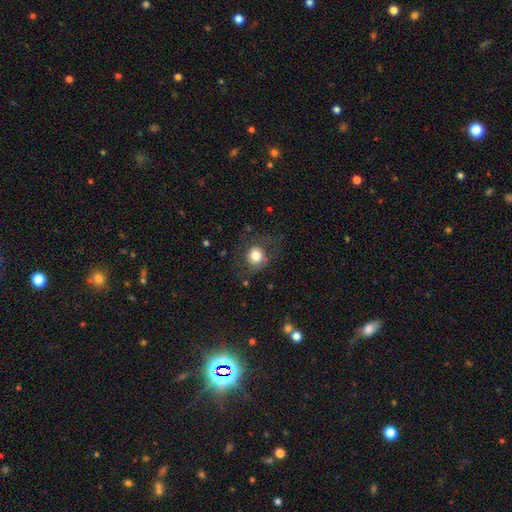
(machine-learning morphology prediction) A smooth galaxy with no disk features (76%) that is round (83%). Merging: none (68%).